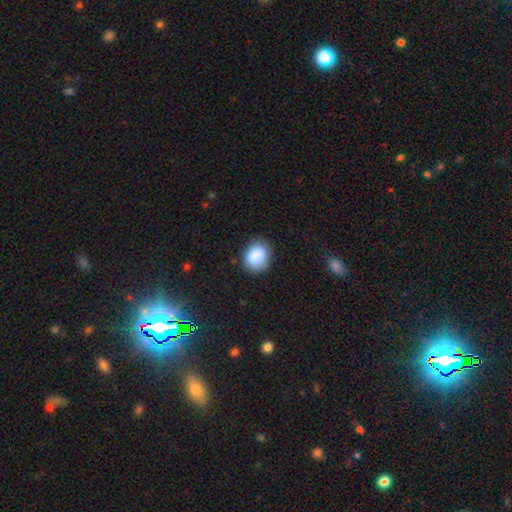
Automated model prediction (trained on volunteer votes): smooth_or_featured: smooth (p=0.86) [alt: star or artifact p=0.08]
how_rounded: round (p=0.54) [alt: in between p=0.45]
merging: none (p=0.77) [alt: minor disturbance p=0.16]